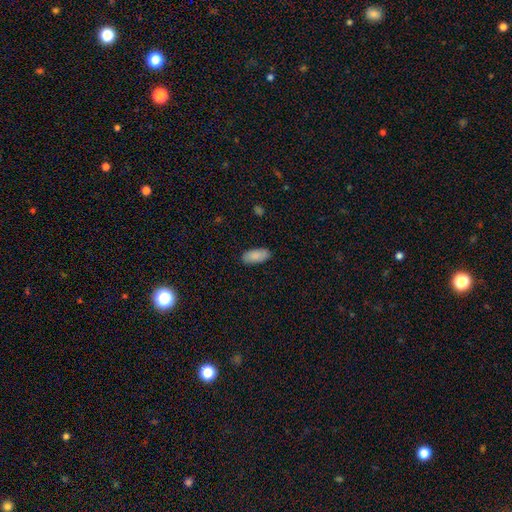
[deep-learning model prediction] Smooth or featured? smooth (86%)
How rounded? in between (90%)
Merging? none (84%)